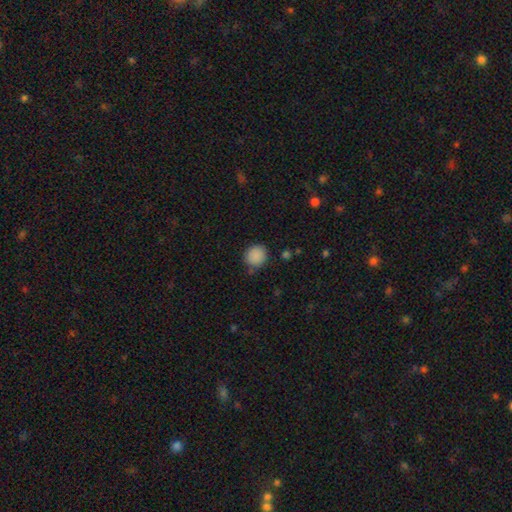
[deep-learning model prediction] A smooth galaxy with no disk features (88%) that is round (88%). Merging: none (82%).